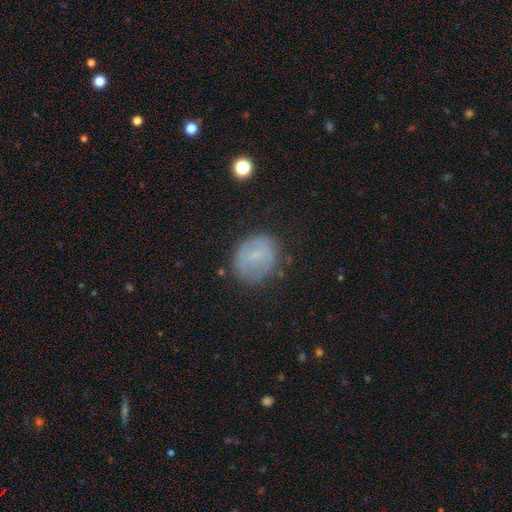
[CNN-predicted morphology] Smooth or featured?
  - smooth: 58% *
  - featured or disk: 32%
  - star or artifact: 10%
How rounded?
  - round: 65% *
  - in between: 34%
  - cigar-shaped: 1%
Merging?
  - none: 72% *
  - minor disturbance: 19%
  - major disturbance: 7%
  - merger: 2%